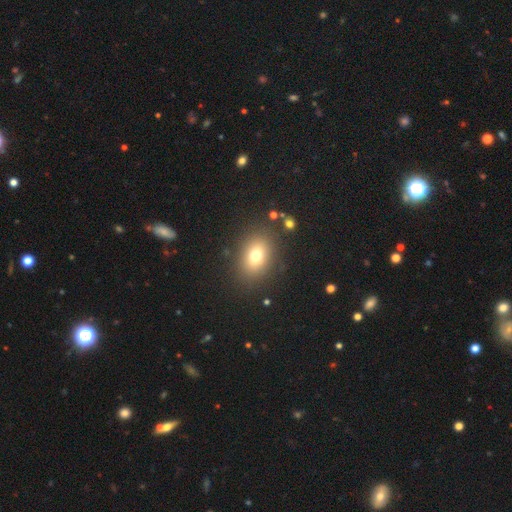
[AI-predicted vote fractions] Overall: smooth (73%). How rounded: in between (66%; round 33%). Merging: none (84%).